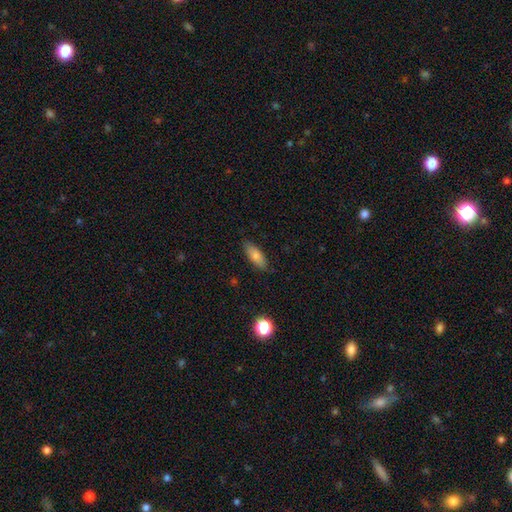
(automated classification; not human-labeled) Morphology: type=smooth (78%); roundness=in between (71%); merging=none (85%).